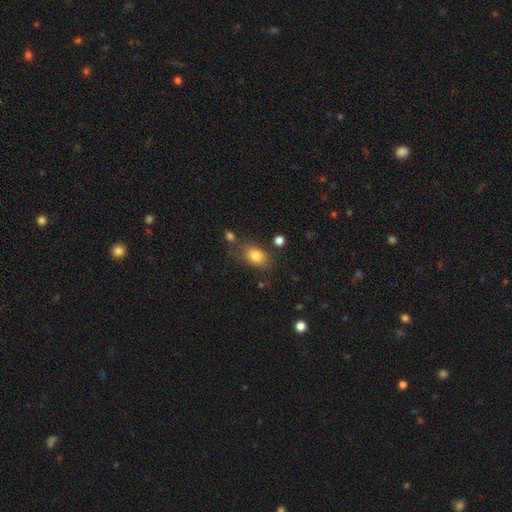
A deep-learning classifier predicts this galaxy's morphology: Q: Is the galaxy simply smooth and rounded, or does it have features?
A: smooth — 82%.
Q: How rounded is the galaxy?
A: in between — 78%.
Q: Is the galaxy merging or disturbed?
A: none — 71%.